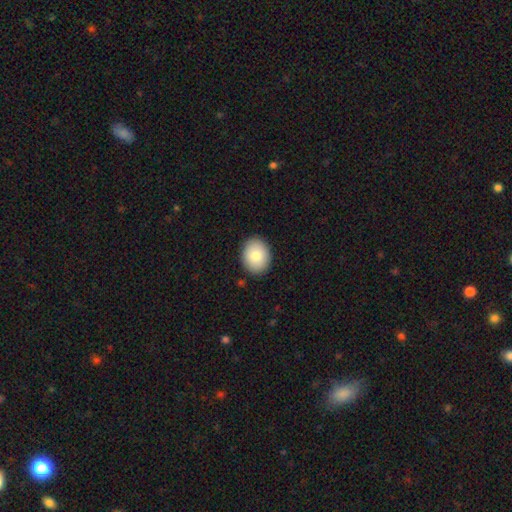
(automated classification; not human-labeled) Smooth or featured? Predicted: smooth (p=0.82). How rounded? Predicted: in between (p=0.52). Merging? Predicted: none (p=0.89).